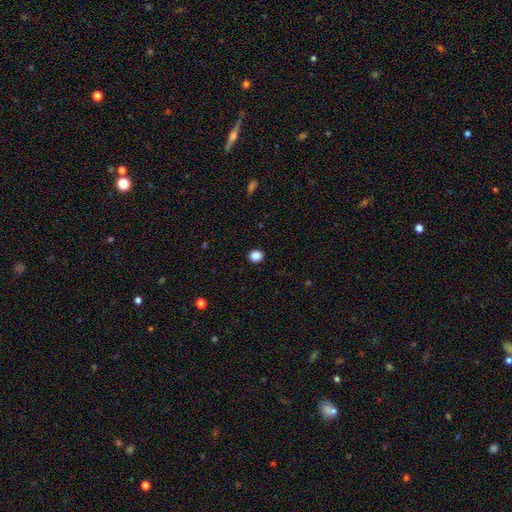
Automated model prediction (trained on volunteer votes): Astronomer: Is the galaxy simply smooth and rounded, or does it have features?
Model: smooth — 87%.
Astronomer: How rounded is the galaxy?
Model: round — 79%.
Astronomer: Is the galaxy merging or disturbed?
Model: none — 92%.